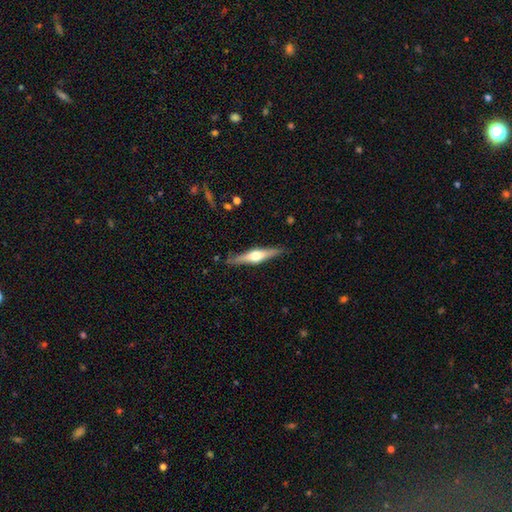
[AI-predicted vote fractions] This appears to be a featured or disk galaxy (72%) viewed edge-on (97%) with a rounded central bulge (94%). Merging: none (87%).